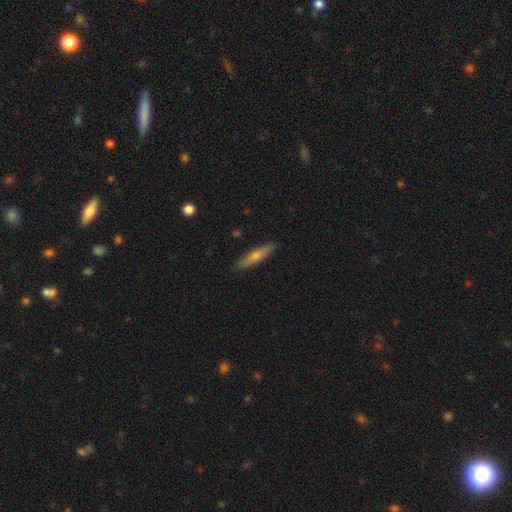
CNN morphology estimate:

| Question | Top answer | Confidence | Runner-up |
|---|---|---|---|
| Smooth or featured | smooth | 60% | featured or disk (34%) |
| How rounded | cigar-shaped | 84% | in between (14%) |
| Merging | none | 90% | minor disturbance (7%) |